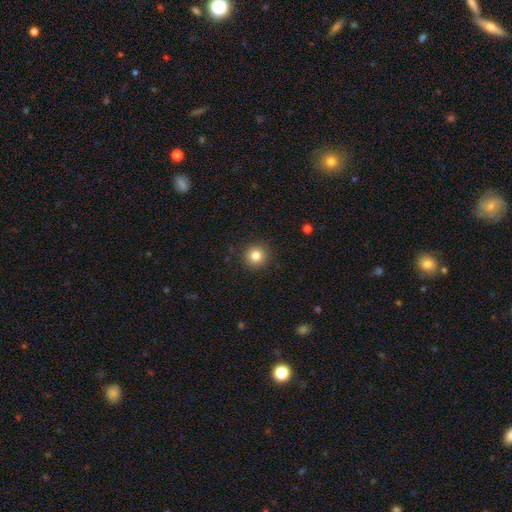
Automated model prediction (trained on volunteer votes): Smooth or featured: smooth — 83% (star or artifact — 11%)
How rounded: round — 94% (in between — 5%)
Merging: none — 91% (minor disturbance — 6%)